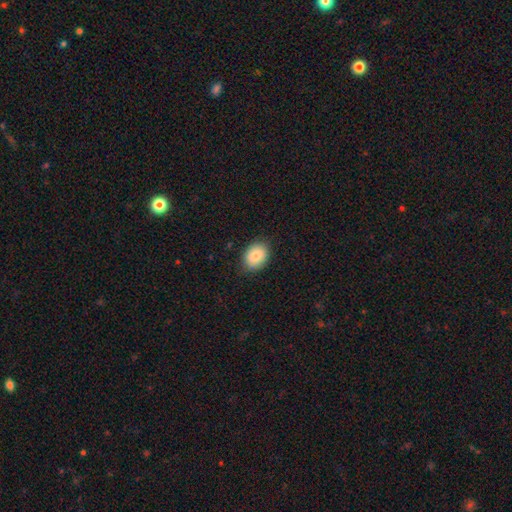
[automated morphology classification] Smooth or featured?
  - smooth: 85% *
  - star or artifact: 8%
  - featured or disk: 7%
How rounded?
  - in between: 64% *
  - round: 35%
  - cigar-shaped: 1%
Merging?
  - none: 86% *
  - minor disturbance: 11%
  - major disturbance: 2%
  - merger: 1%